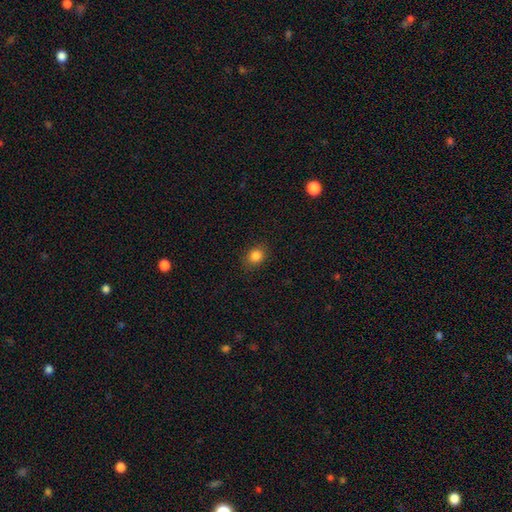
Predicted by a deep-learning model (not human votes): Smooth or featured?
  - smooth: 84% *
  - star or artifact: 11%
  - featured or disk: 5%
How rounded?
  - round: 62% *
  - in between: 37%
  - cigar-shaped: 1%
Merging?
  - none: 87% *
  - minor disturbance: 10%
  - major disturbance: 3%
  - merger: 1%